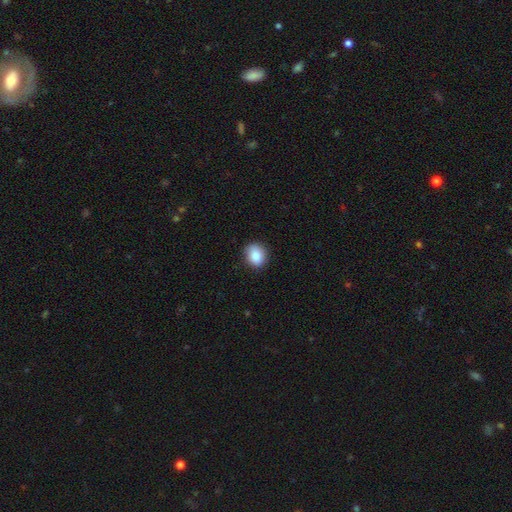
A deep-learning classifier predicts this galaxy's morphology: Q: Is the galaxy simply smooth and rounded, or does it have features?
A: smooth — 86%.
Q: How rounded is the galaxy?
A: round — 67%.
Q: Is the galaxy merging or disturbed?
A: none — 85%.